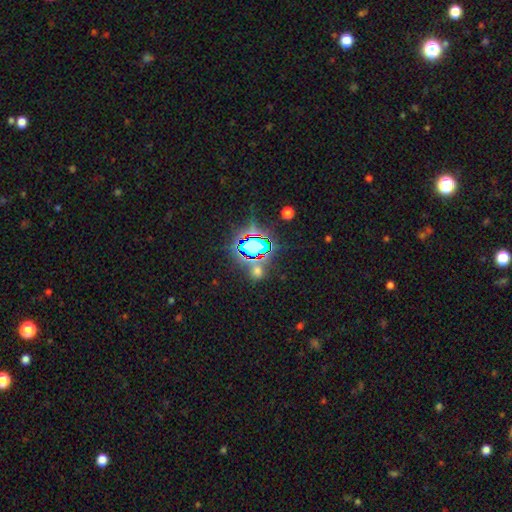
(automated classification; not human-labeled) A star or artifact, not a galaxy (80%).